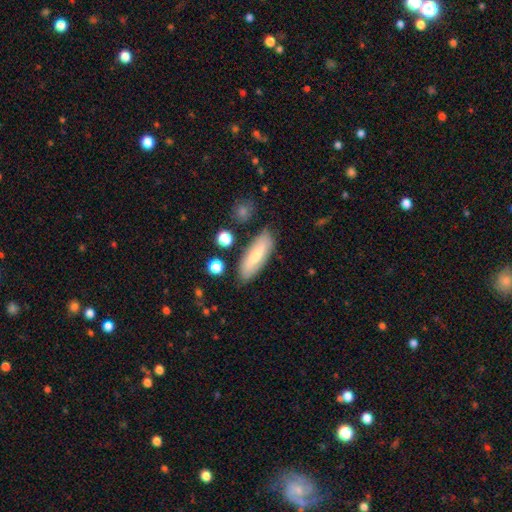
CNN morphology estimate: The model was most divided on "how rounded": in between: 59%, cigar-shaped: 38%, round: 3%. More confident: merging — none (81%); smooth or featured — smooth (59%).